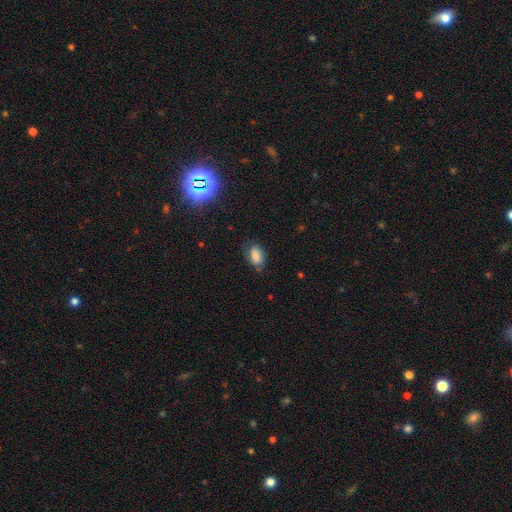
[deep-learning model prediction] This appears to be a smooth galaxy with no disk features (75%) that is in between round and cigar-shaped (88%). Merging: none (67%).